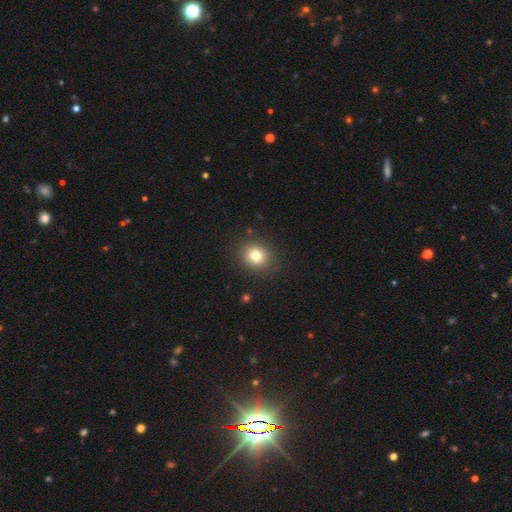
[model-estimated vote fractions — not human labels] This is likely a smooth galaxy (79%). How rounded: likely round (76%). Merging: clearly none (88%).